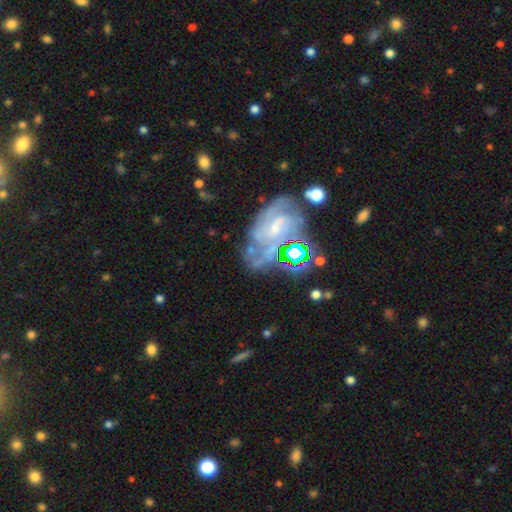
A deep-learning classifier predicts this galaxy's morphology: smooth-or-featured: featured or disk: 61% | star or artifact: 23% | smooth: 15%
  disk-edge-on: no: 95% | yes: 5%
    bar: no: 56% | weak: 32% | strong: 13%
    has-spiral-arms: yes: 75% | no: 25%
    bulge-size: small: 63% | moderate: 23% | none: 9% | large: 3% | dominant: 2%
  merging: none: 49% | minor disturbance: 18% | merger: 17% | major disturbance: 16%